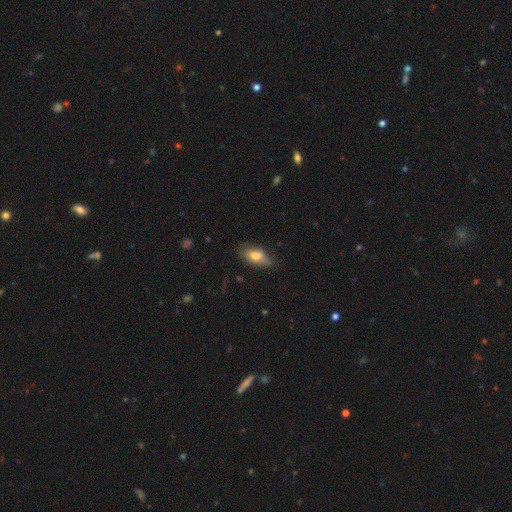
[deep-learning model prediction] Q: Smooth or featured?
A: smooth (74%); runner-up: featured or disk (18%)
Q: How rounded?
A: in between (88%); runner-up: cigar-shaped (6%)
Q: Merging?
A: none (61%); runner-up: minor disturbance (31%)